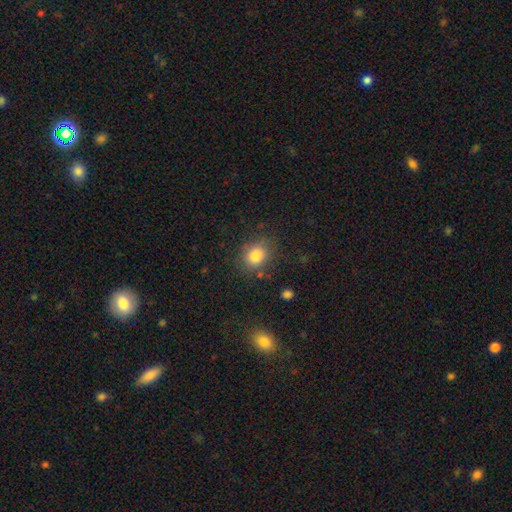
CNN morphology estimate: Q: Smooth or featured?
A: smooth (81%); runner-up: star or artifact (11%)
Q: How rounded?
A: round (60%); runner-up: in between (39%)
Q: Merging?
A: none (79%); runner-up: minor disturbance (14%)